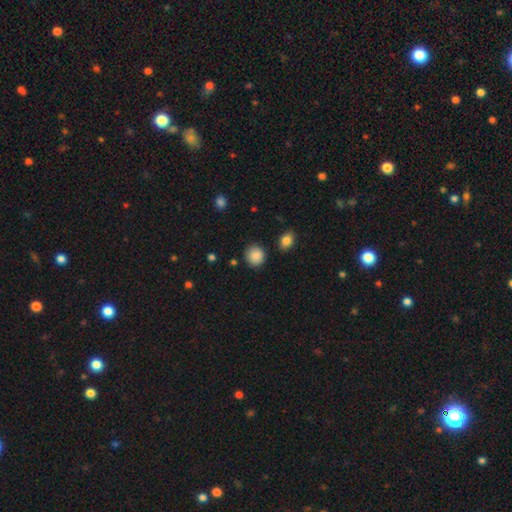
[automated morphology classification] Overall: smooth (87%). How rounded: round (88%). Merging: none (86%).